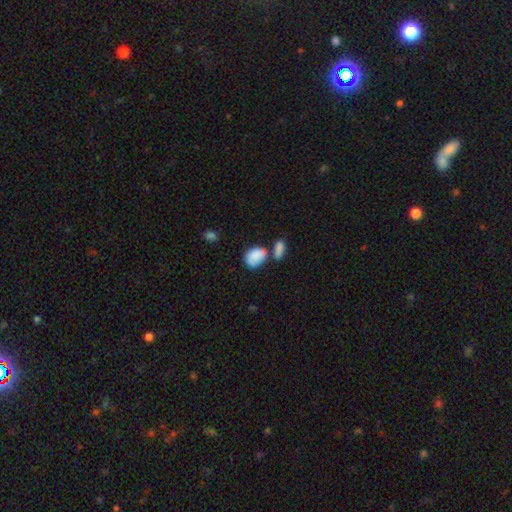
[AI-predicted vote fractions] Smooth or featured? smooth (86%)
How rounded? in between (83%)
Merging? merger (38%, tied with none)